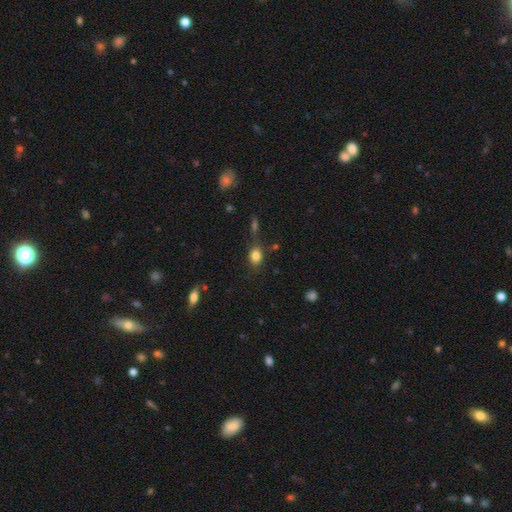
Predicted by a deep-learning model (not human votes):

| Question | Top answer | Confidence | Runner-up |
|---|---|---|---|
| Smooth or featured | smooth | 82% | star or artifact (11%) |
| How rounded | in between | 69% | round (29%) |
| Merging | none | 71% | minor disturbance (16%) |